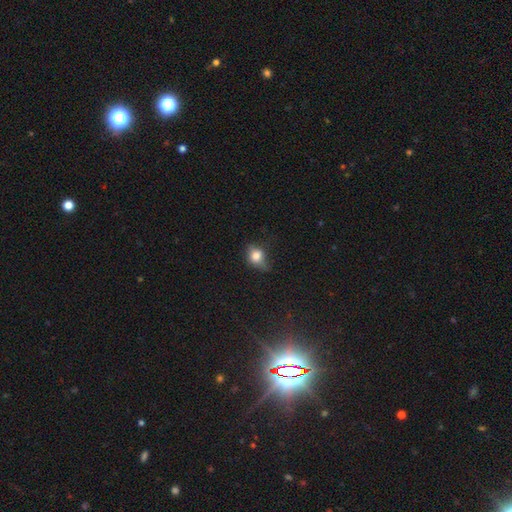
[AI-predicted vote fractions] smooth 71%, featured or disk 17%, star or artifact 12%. Down the decision tree: how rounded — in between (53%); merging — none (51%).